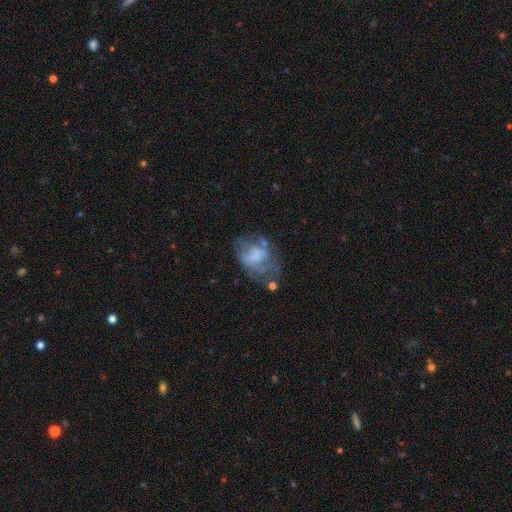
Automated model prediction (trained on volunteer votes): This appears to be a featured or disk galaxy (56%) with no bar (68%), no spiral arms (58%) and no central bulge (51%). Merging: none (36%).